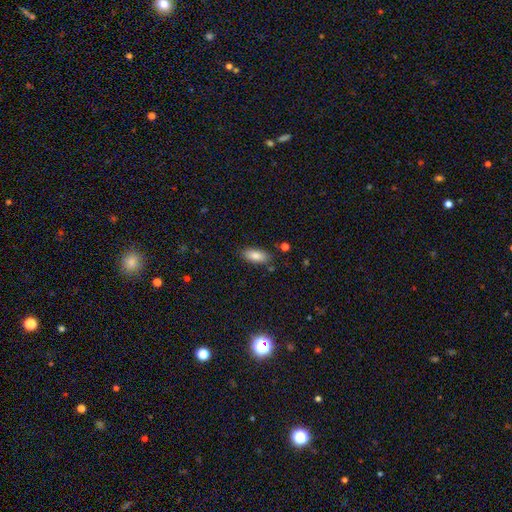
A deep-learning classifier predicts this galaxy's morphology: Overall: smooth (85%). How rounded: in between (86%). Merging: none (82%).